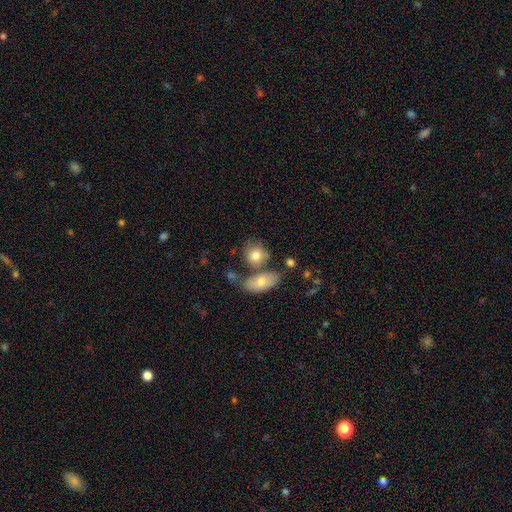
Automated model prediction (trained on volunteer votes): Smooth or featured? Predicted: smooth (p=0.78). How rounded? Predicted: round (p=0.62). Merging? Predicted: none (p=0.49).